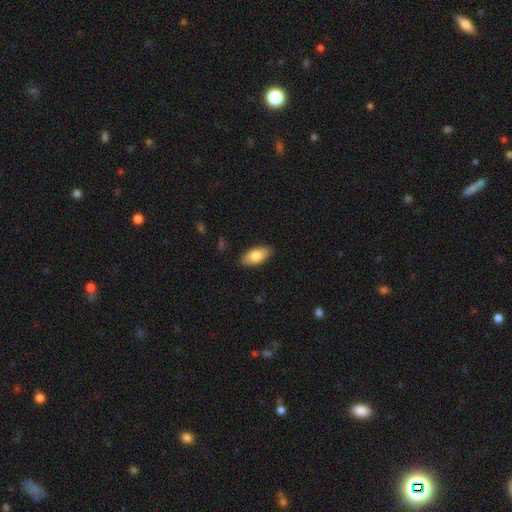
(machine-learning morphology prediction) This is likely a smooth galaxy (80%). How rounded: clearly in between (90%). Merging: clearly none (88%).